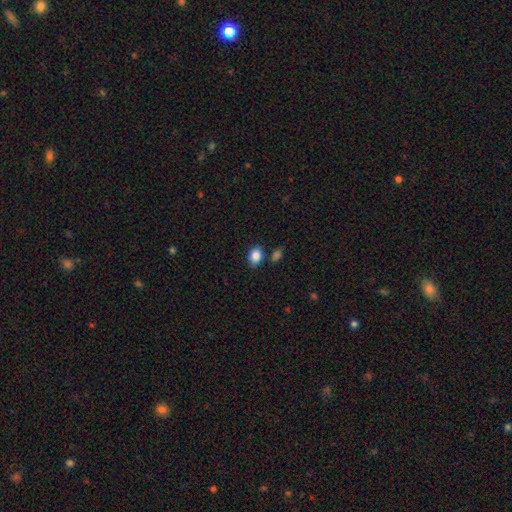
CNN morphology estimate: Smooth or featured? Predicted: smooth (p=0.86). How rounded? Predicted: in between (p=0.64). Merging? Predicted: none (p=0.77).